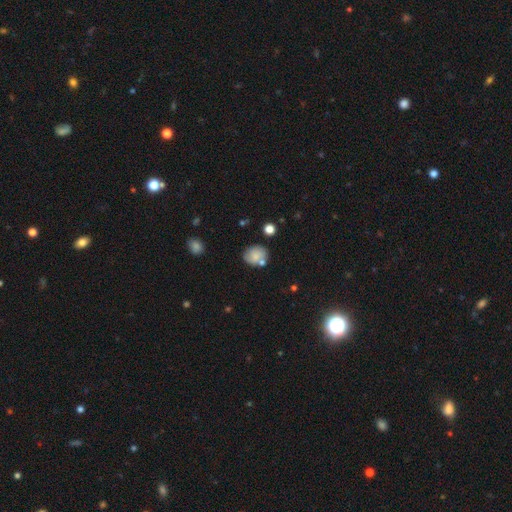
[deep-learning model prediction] This appears to be a smooth galaxy with no disk features (76%) that is round (64%). Merging: none (67%).